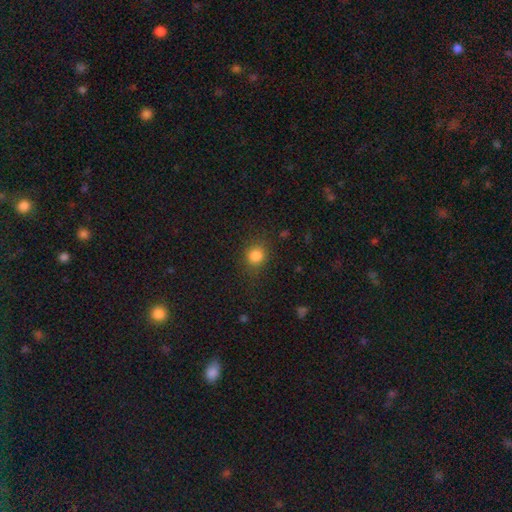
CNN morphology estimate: smooth_or_featured: smooth (p=0.83) [alt: star or artifact p=0.12]
how_rounded: round (p=0.79) [alt: in between p=0.20]
merging: none (p=0.83) [alt: minor disturbance p=0.11]